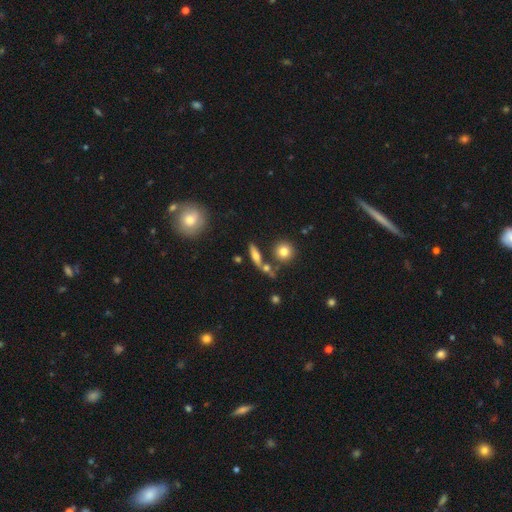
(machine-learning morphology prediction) Overall: smooth (54%; featured or disk 35%). How rounded: cigar-shaped (54%; in between 35%). Merging: none (68%).